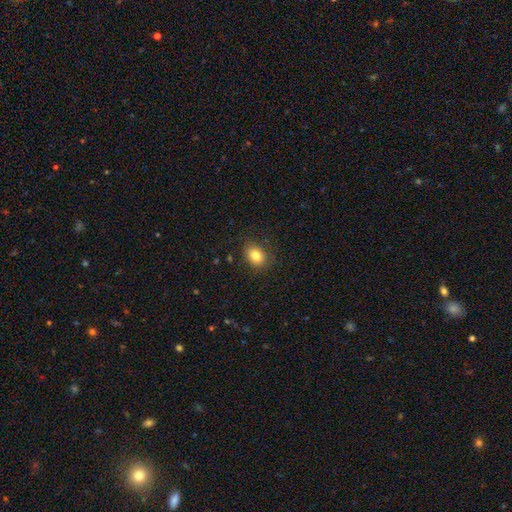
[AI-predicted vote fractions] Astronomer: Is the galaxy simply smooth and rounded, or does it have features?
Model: smooth — 81%.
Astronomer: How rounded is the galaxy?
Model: in between — 55% (runner-up: round, 44%).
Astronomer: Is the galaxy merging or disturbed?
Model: none — 83%.